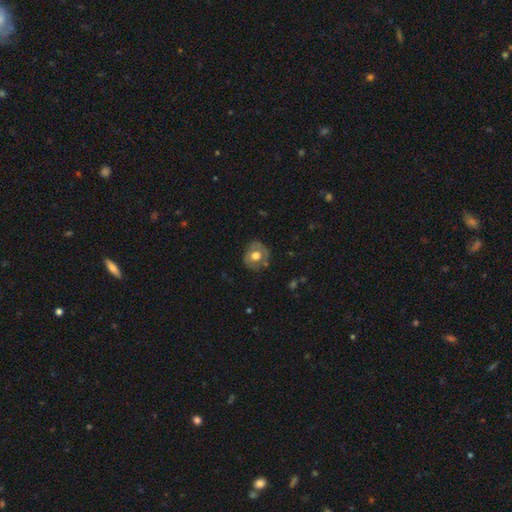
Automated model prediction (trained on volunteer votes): Smooth or featured?
  - smooth: 49% *
  - featured or disk: 43%
  - star or artifact: 7%
Merging?
  - none: 73% *
  - minor disturbance: 19%
  - major disturbance: 6%
  - merger: 2%